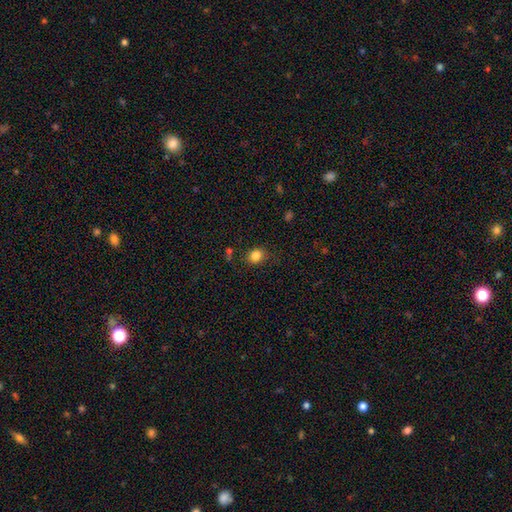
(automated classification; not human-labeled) Smooth or featured?
  - smooth: 84% *
  - star or artifact: 11%
  - featured or disk: 5%
How rounded?
  - round: 51% *
  - in between: 48%
  - cigar-shaped: 1%
Merging?
  - none: 79% *
  - minor disturbance: 14%
  - major disturbance: 4%
  - merger: 3%